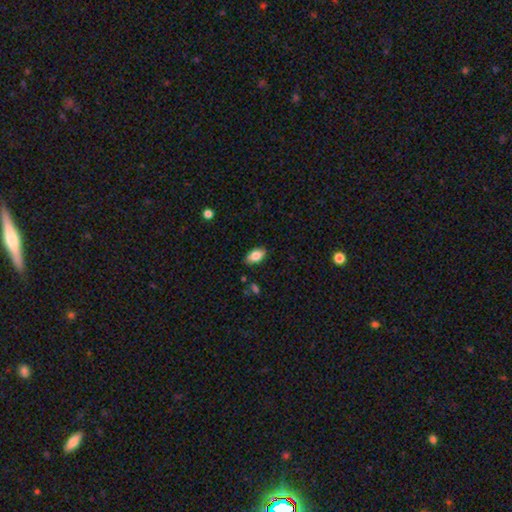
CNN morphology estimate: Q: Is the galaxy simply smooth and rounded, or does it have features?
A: smooth — 83%.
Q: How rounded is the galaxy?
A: in between — 91%.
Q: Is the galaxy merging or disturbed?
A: none — 85%.